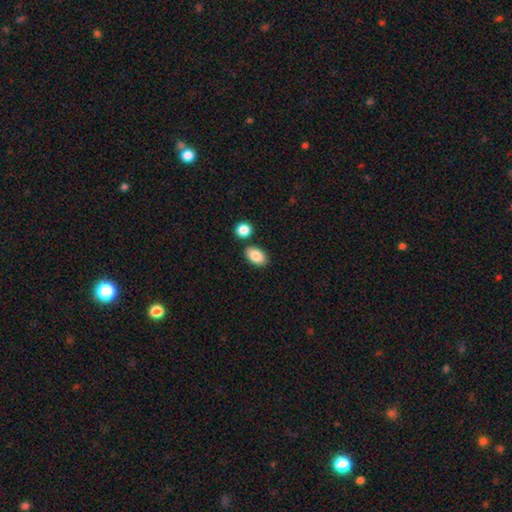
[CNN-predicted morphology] This is clearly a smooth galaxy (87%). How rounded: clearly in between (91%). Merging: clearly none (81%).